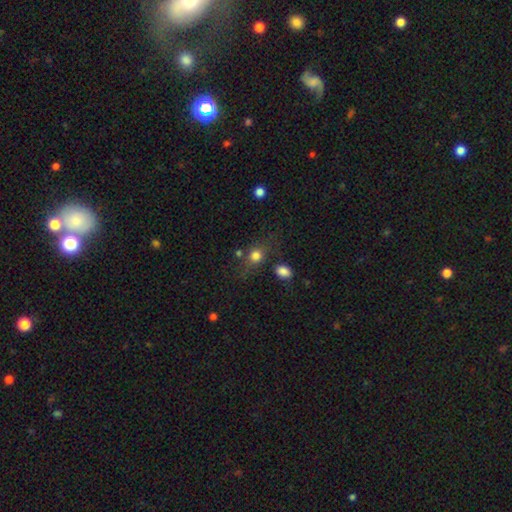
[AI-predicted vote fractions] smooth 77%, star or artifact 13%, featured or disk 10%. Down the decision tree: how rounded — round (69%); merging — none (66%).